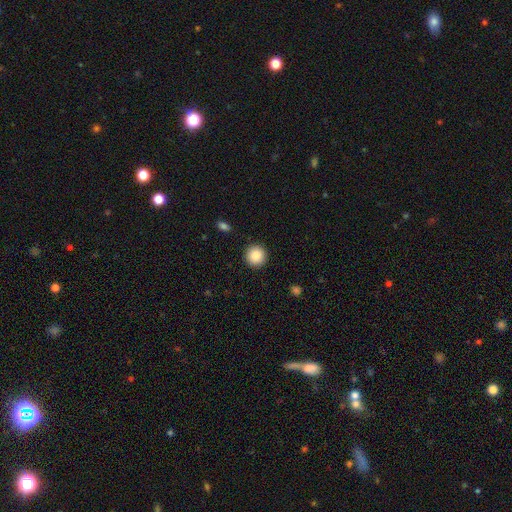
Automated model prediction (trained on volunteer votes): A smooth galaxy with no disk features (86%) that is round (95%).

Vote fractions:
- Smooth or featured? smooth: 86% / star or artifact: 9% / featured or disk: 5%
- How rounded? round: 95% / in between: 4% / cigar-shaped: 1%
- Merging? none: 92% / minor disturbance: 5% / major disturbance: 2% / merger: 1%